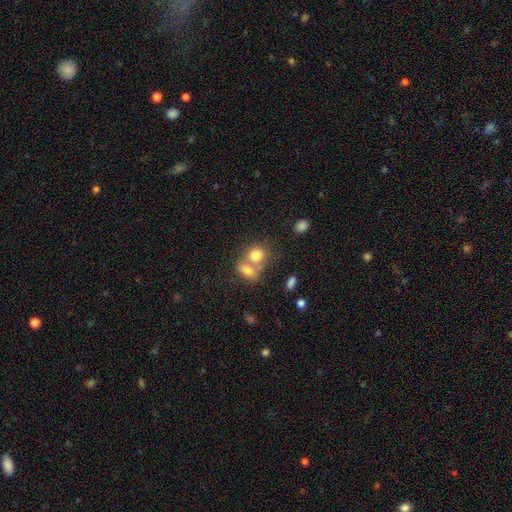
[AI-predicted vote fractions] Q: Smooth or featured?
A: smooth (77%); runner-up: featured or disk (14%)
Q: How rounded?
A: round (62%); runner-up: in between (37%)
Q: Merging?
A: merger (58%); runner-up: none (30%)